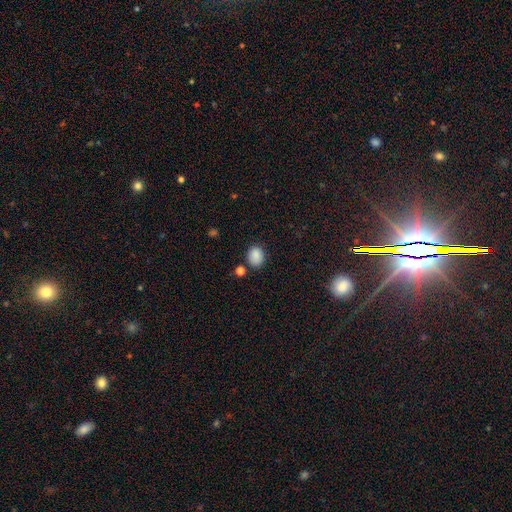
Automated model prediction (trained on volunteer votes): Morphology: type=smooth (87%); roundness=in between (53%); merging=none (78%).